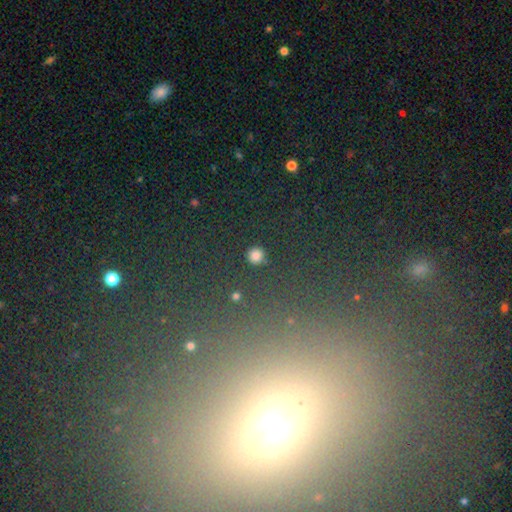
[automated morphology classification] A smooth galaxy with no disk features (81%) that is round (95%). Merging: none (90%).